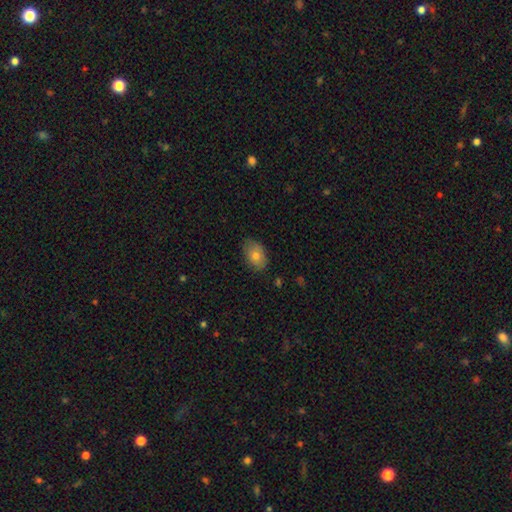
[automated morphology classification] This appears to be a smooth galaxy with no disk features (76%) that is in between round and cigar-shaped (86%). Merging: none (75%).